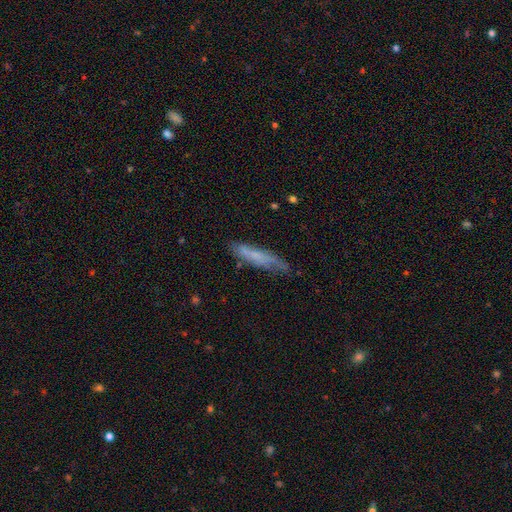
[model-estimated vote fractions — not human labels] Morphology: type=smooth (53%); roundness=cigar-shaped (86%); merging=none (65%).